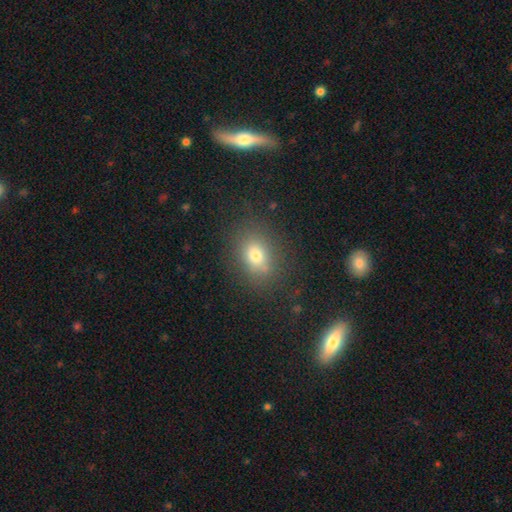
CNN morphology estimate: smooth 73%, star or artifact 15%, featured or disk 12%. Down the decision tree: how rounded — in between (57%); merging — none (77%).